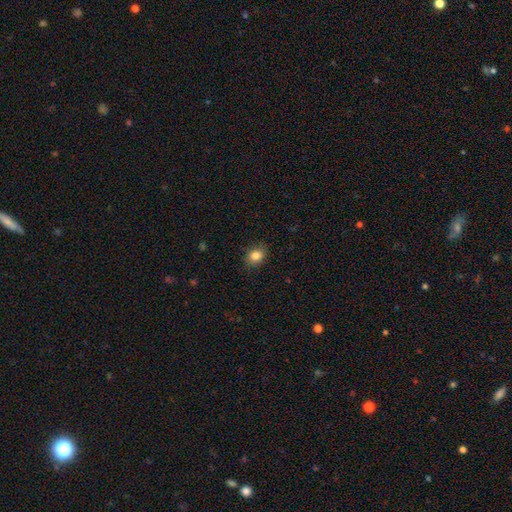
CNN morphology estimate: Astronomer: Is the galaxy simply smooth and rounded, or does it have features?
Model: smooth — 84%.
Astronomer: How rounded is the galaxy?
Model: in between — 53% (runner-up: round, 46%).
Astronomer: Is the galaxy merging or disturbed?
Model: none — 86%.